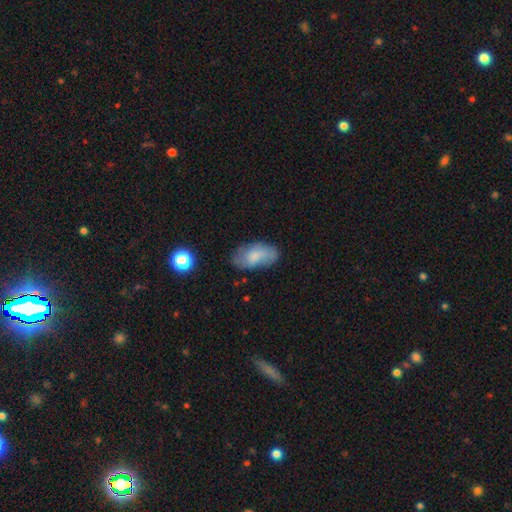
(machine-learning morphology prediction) smooth 66%, featured or disk 26%, star or artifact 8%. Down the decision tree: how rounded — in between (94%); merging — none (65%).